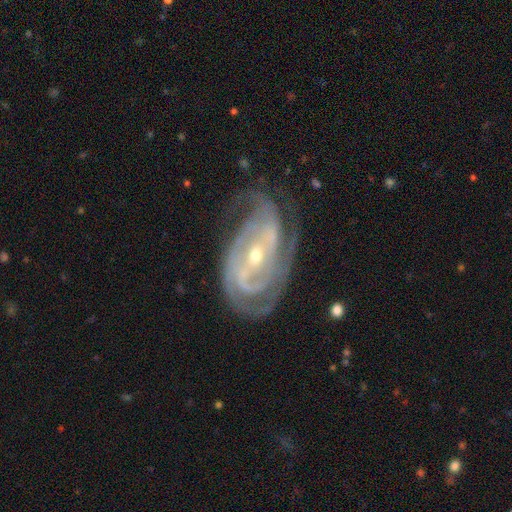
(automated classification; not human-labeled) A featured or disk galaxy (91%) with a weak bar (35%, tied with strong), 2 (40%) tight (55%) spiral arms (97%) and a small central bulge (62%). Merging: none (62%).